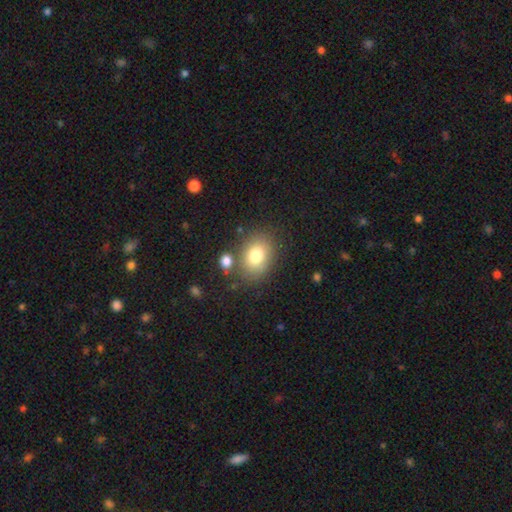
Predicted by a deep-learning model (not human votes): This appears to be a smooth galaxy with no disk features (79%) that is in between round and cigar-shaped (64%). Merging: none (75%).